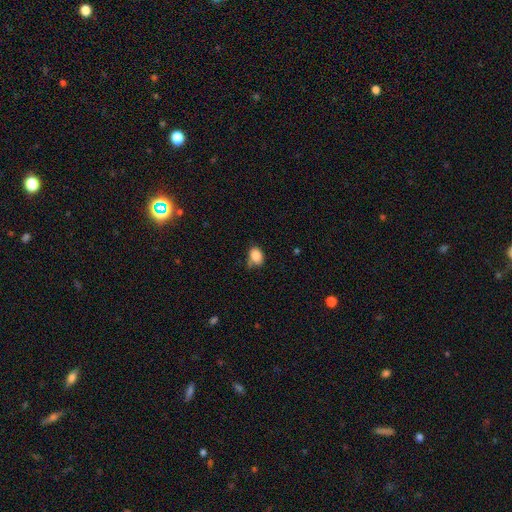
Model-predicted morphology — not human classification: smooth-or-featured: smooth: 86% | star or artifact: 9% | featured or disk: 5%
  how-rounded: in between: 66% | round: 33% | cigar-shaped: 1%
  merging: none: 55% | minor disturbance: 31% | major disturbance: 8% | merger: 6%